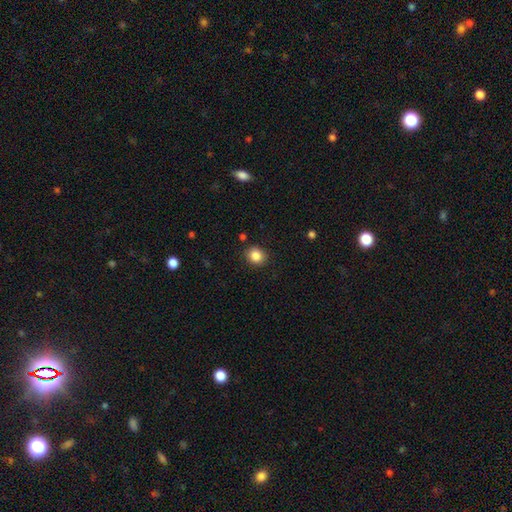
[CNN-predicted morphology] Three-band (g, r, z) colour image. It shows a smooth galaxy with no disk features (86%) that is round (77%). Merging: none (88%).